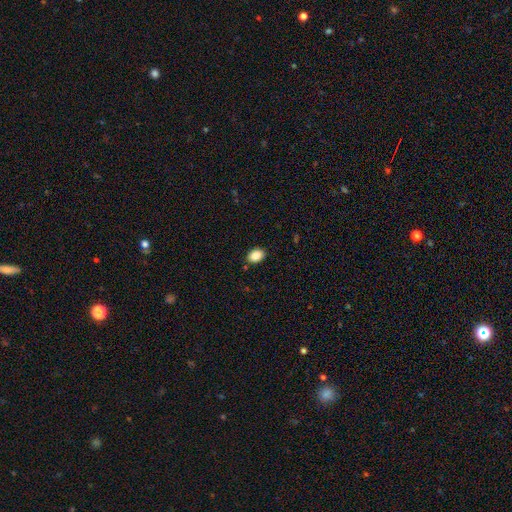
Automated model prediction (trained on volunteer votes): smooth-or-featured: smooth: 87% | star or artifact: 8% | featured or disk: 5%
  how-rounded: in between: 77% | round: 22% | cigar-shaped: 1%
  merging: none: 88% | minor disturbance: 9% | major disturbance: 2% | merger: 2%